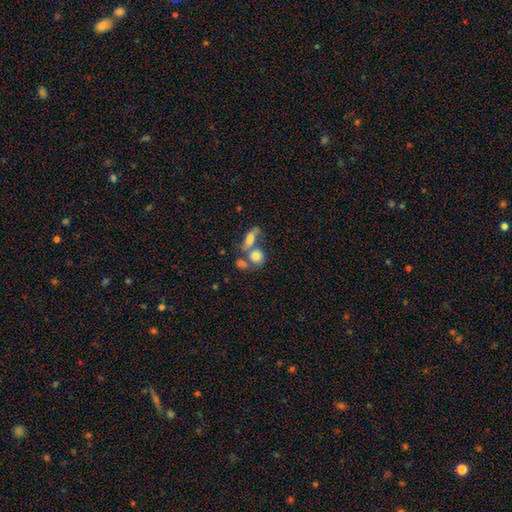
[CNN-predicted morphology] Overall: smooth (75%). How rounded: round (62%; in between 35%). Merging: merger (49%; none 33%).